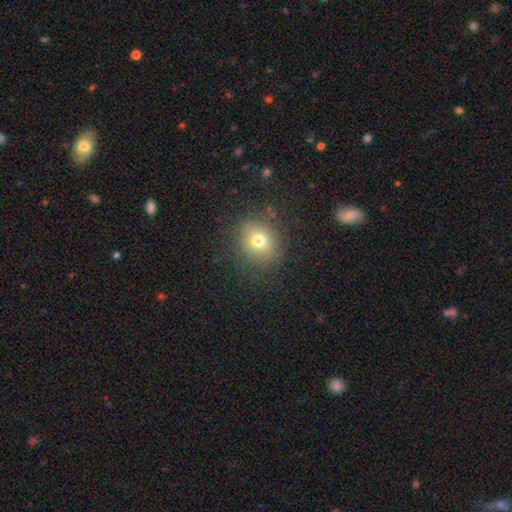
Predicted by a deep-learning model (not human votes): smooth 68%, star or artifact 16%, featured or disk 16%. Down the decision tree: how rounded — round (76%); merging — none (85%).